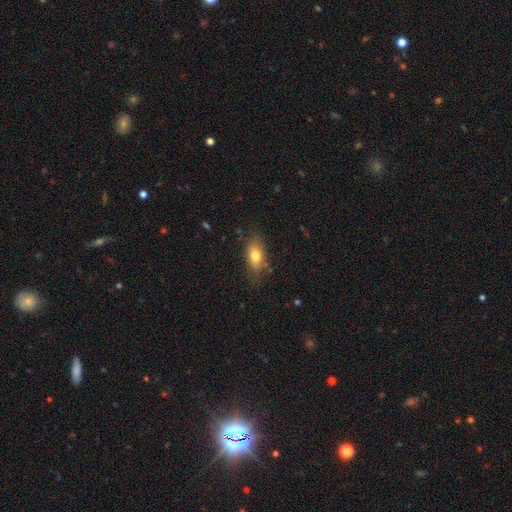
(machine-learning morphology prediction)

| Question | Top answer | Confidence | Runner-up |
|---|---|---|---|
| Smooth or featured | smooth | 74% | featured or disk (17%) |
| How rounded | in between | 83% | cigar-shaped (10%) |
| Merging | none | 74% | minor disturbance (19%) |